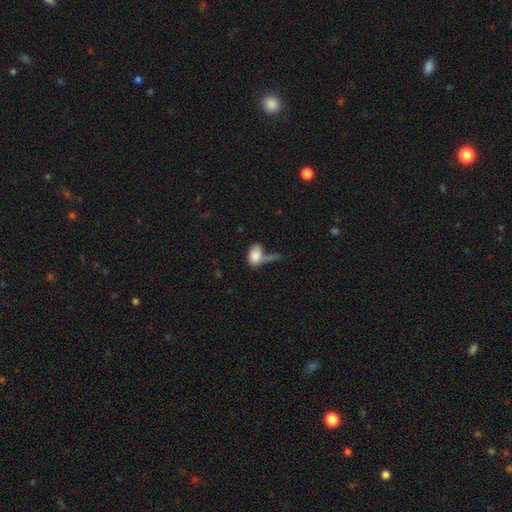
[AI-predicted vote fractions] Morphology: type=smooth (80%); roundness=in between (85%); merging=merger (29%).